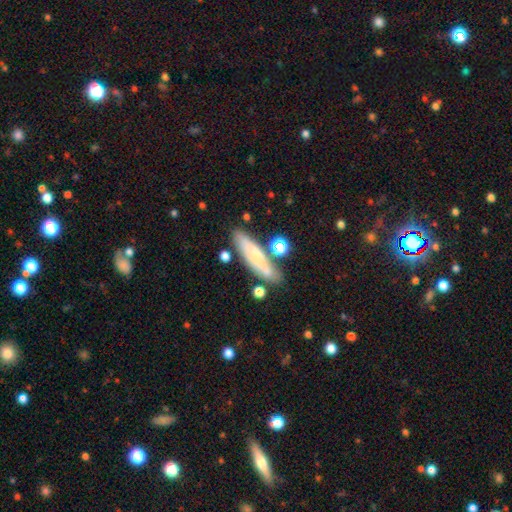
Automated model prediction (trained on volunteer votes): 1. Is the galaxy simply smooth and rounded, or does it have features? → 61% smooth, 31% featured or disk, 8% star or artifact.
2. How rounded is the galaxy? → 72% cigar-shaped, 25% in between, 3% round.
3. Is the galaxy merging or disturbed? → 75% none, 14% minor disturbance, 7% merger, 4% major disturbance.